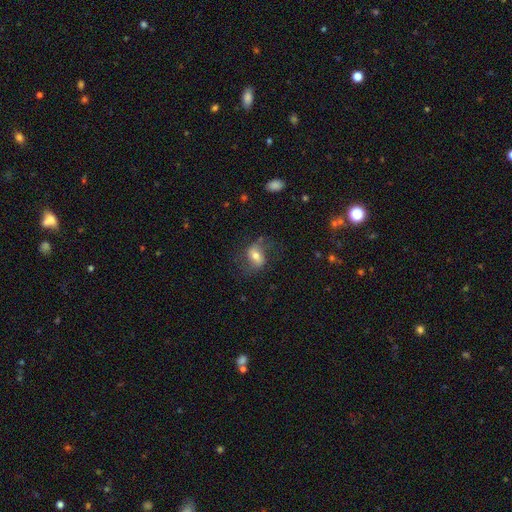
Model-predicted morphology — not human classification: A smooth galaxy with no disk features (48%). Merging: none (59%).